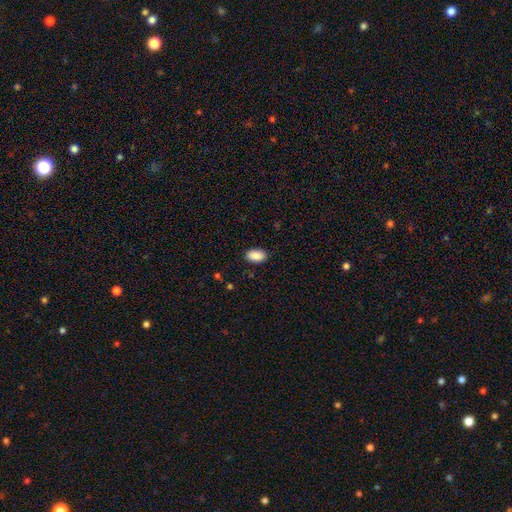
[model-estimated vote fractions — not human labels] smooth 90%, star or artifact 7%, featured or disk 3%. Down the decision tree: how rounded — in between (94%); merging — none (87%).